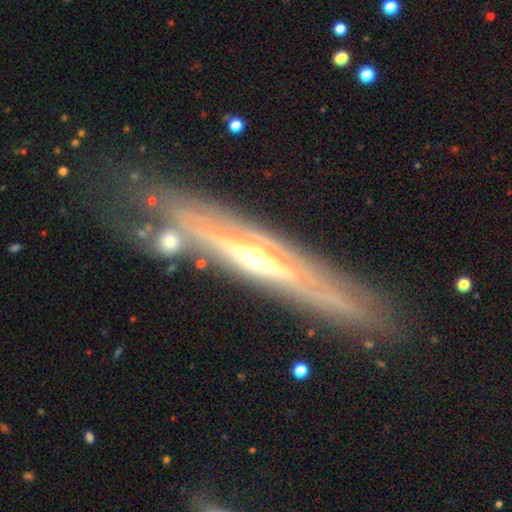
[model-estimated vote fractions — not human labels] This is clearly a featured or disk galaxy (82%). It is likely viewed edge-on (76%). Edge-on bulge: likely rounded (78%). Merging: likely none (74%).